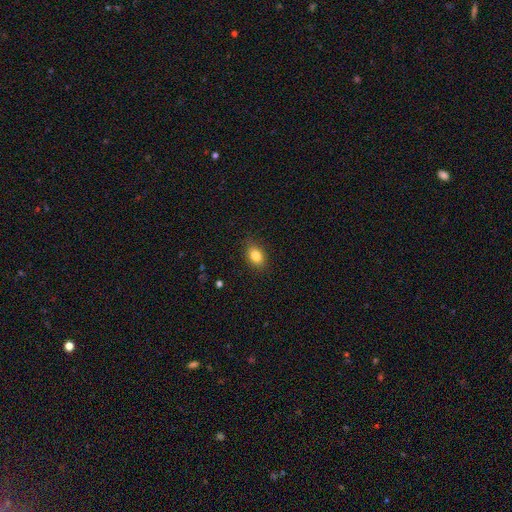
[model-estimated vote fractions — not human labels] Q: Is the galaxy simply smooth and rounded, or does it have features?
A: smooth — 84%.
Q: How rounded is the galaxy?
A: in between — 80%.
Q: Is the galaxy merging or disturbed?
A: none — 85%.